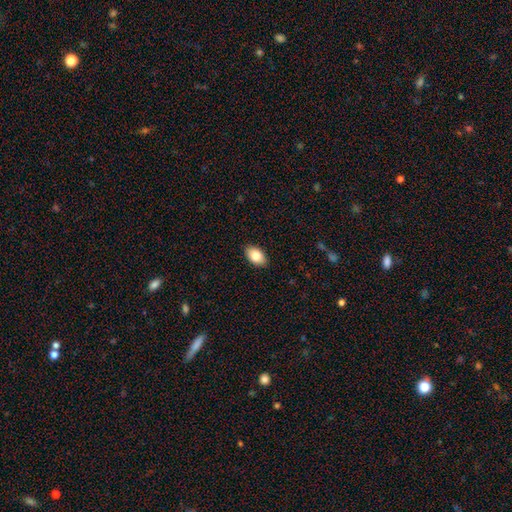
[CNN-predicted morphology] type=smooth (83%); roundness=in between (91%); merging=none (89%).